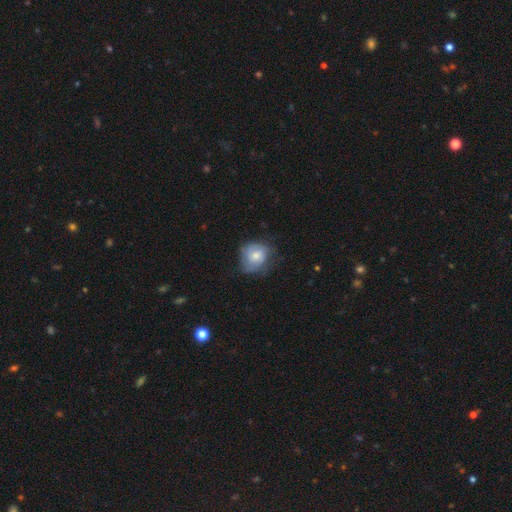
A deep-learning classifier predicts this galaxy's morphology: smooth 57%, featured or disk 36%, star or artifact 7%. Down the decision tree: how rounded — round (68%); merging — none (54%).